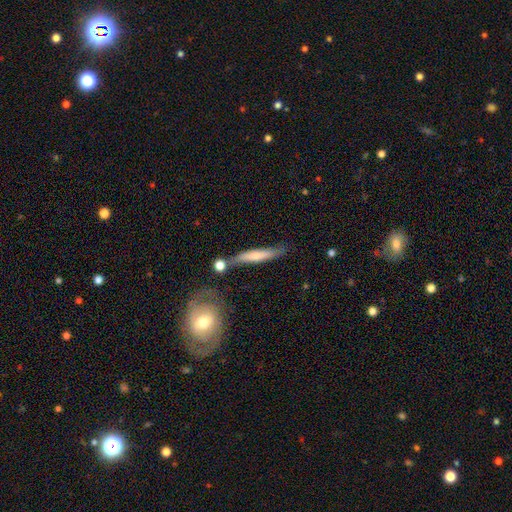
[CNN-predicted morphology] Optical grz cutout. It shows a smooth galaxy with no disk features (62%) that is cigar-shaped (90%). Merging: none (65%).